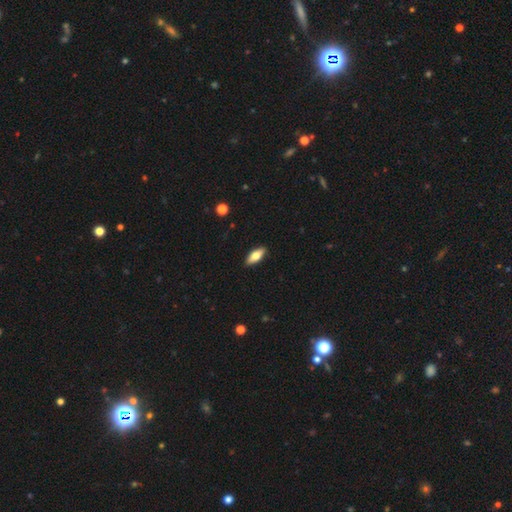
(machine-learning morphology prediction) This is likely a smooth galaxy (67%). How rounded: likely in between (75%). Merging: clearly none (90%).